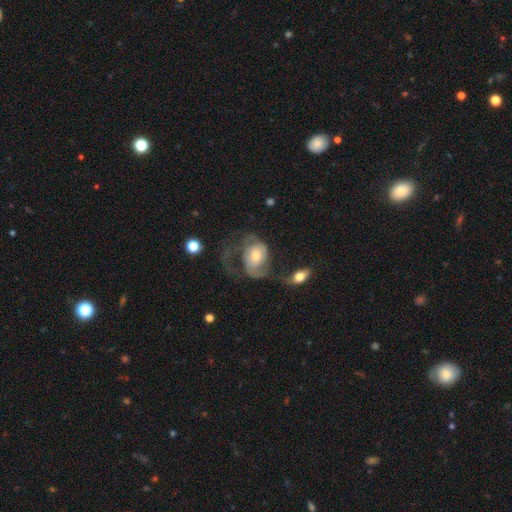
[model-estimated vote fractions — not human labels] The model was most divided on "merging": major disturbance: 47%, none: 25%, minor disturbance: 17%, merger: 11%. More confident: edge-on disk — no (96%); spiral arms — yes (76%); bar — no (67%); smooth or featured — featured or disk (63%); bulge size — moderate (60%).